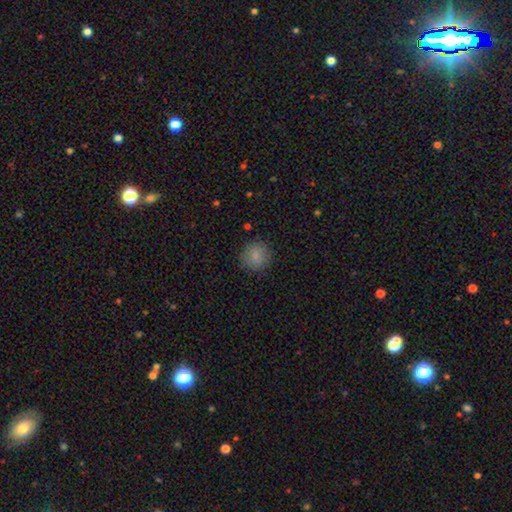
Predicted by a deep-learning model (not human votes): Overall: smooth (85%). How rounded: round (91%). Merging: none (88%).